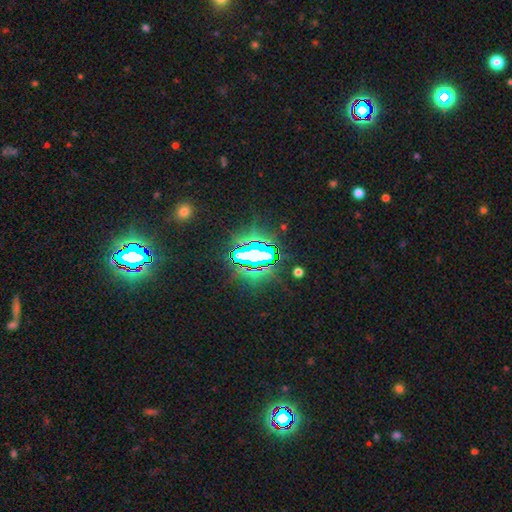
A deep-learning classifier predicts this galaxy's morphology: Smooth or featured: star or artifact — 77% (smooth — 12%)